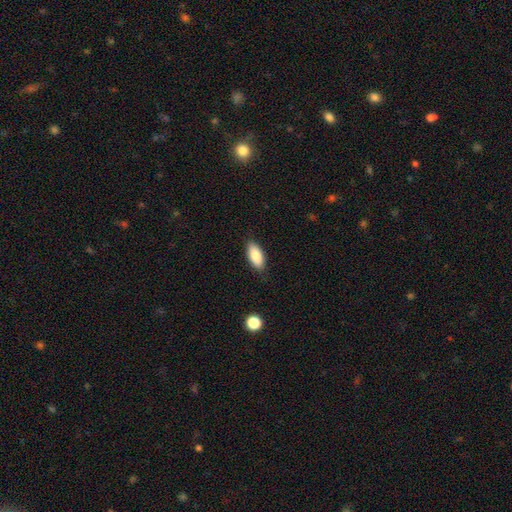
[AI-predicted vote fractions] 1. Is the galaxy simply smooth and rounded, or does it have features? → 83% smooth, 10% featured or disk, 7% star or artifact.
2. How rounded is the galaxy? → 88% in between, 10% cigar-shaped, 2% round.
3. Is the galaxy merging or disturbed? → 85% none, 12% minor disturbance, 2% major disturbance, 1% merger.